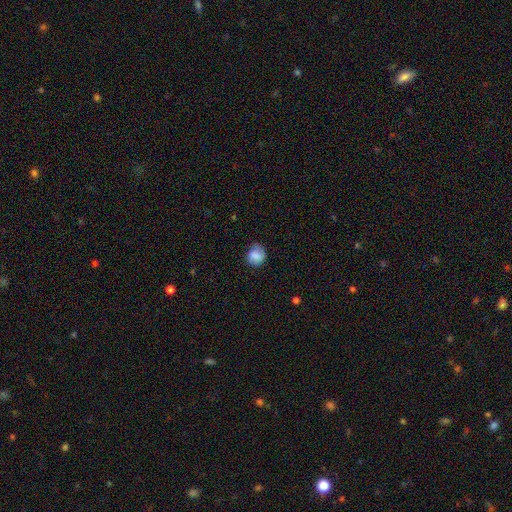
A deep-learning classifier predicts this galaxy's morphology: type=smooth (78%); roundness=round (73%); merging=none (65%).